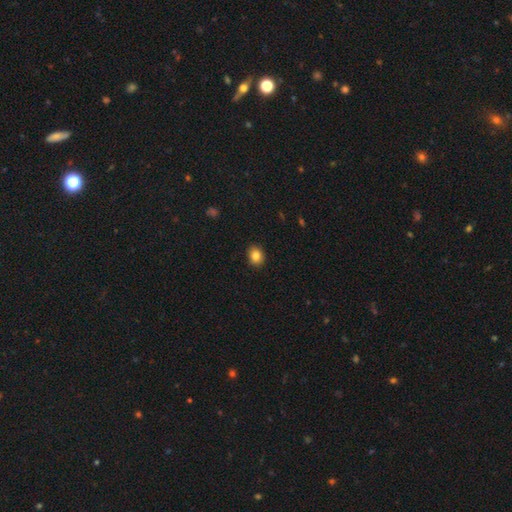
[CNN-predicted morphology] Smooth or featured: smooth — 84% (star or artifact — 10%)
How rounded: round — 61% (in between — 38%)
Merging: none — 90% (minor disturbance — 8%)